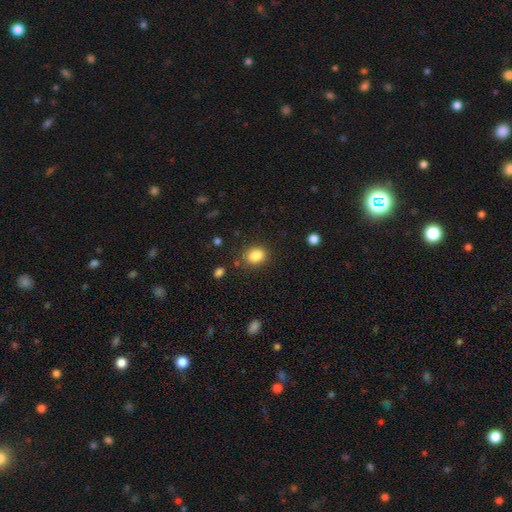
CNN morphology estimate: type=smooth (85%); roundness=in between (62%); merging=none (80%).